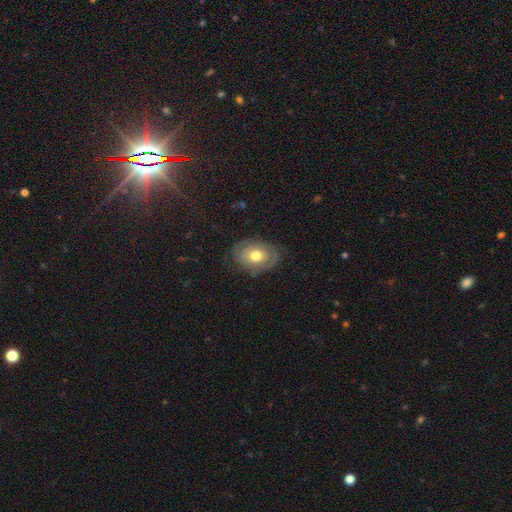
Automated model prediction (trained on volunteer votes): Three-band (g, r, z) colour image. It shows a featured or disk galaxy (57%) with no bar (83%), spiral arms (66%) and a moderate central bulge (74%). Merging: none (73%).